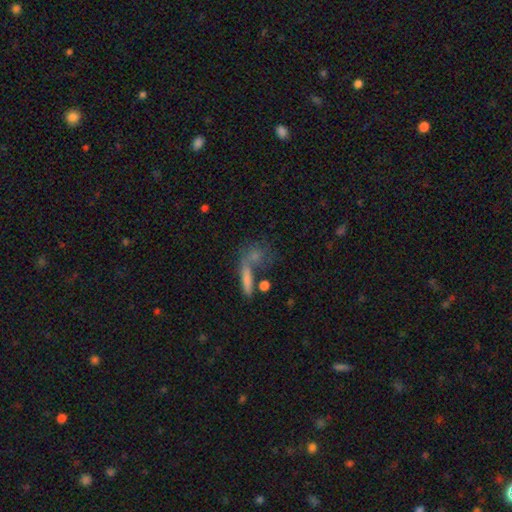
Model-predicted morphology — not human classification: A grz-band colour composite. It shows a smooth galaxy with no disk features (56%) that is cigar-shaped (39%). Merging: none (43%).